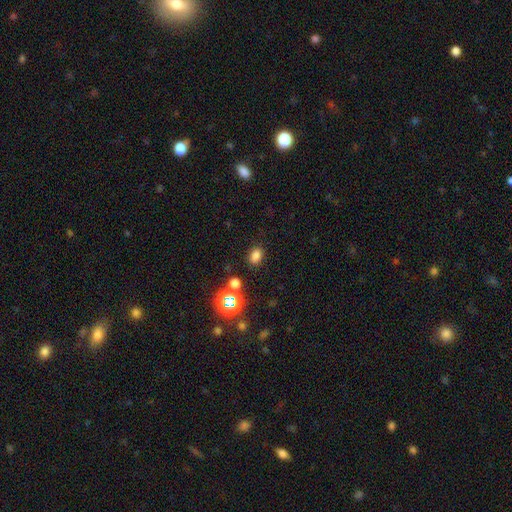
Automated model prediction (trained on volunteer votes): Smooth or featured? Predicted: smooth (p=0.76). How rounded? Predicted: in between (p=0.70). Merging? Predicted: none (p=0.84).